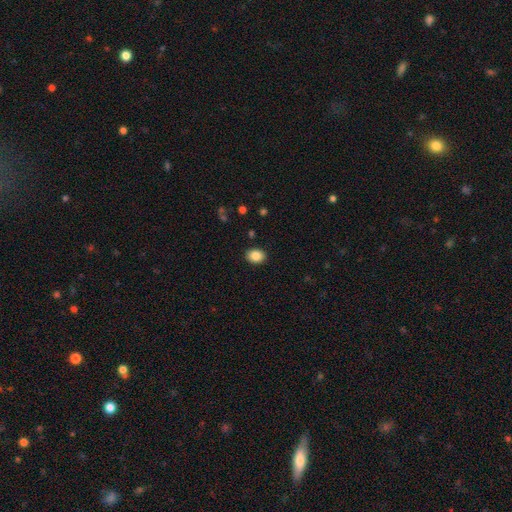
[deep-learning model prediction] Overall: smooth (87%). How rounded: in between (61%; round 39%). Merging: none (90%).